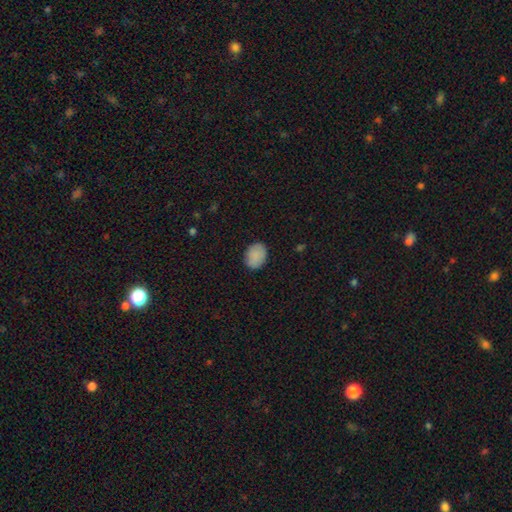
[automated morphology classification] Q: Smooth or featured?
A: smooth (87%); runner-up: star or artifact (8%)
Q: How rounded?
A: in between (59%); runner-up: round (40%)
Q: Merging?
A: none (85%); runner-up: minor disturbance (12%)